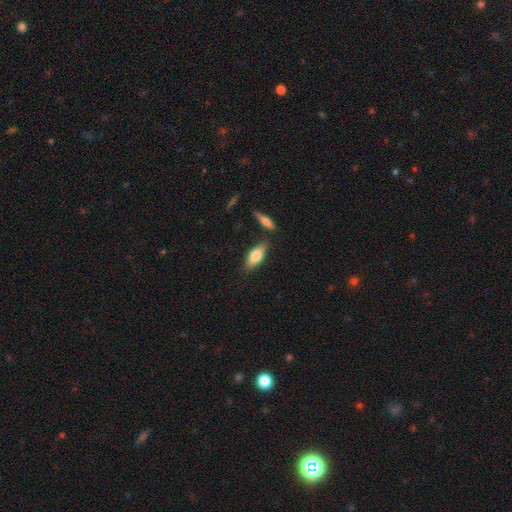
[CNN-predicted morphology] smooth 77%, featured or disk 17%, star or artifact 6%. Down the decision tree: how rounded — in between (77%); merging — none (77%).